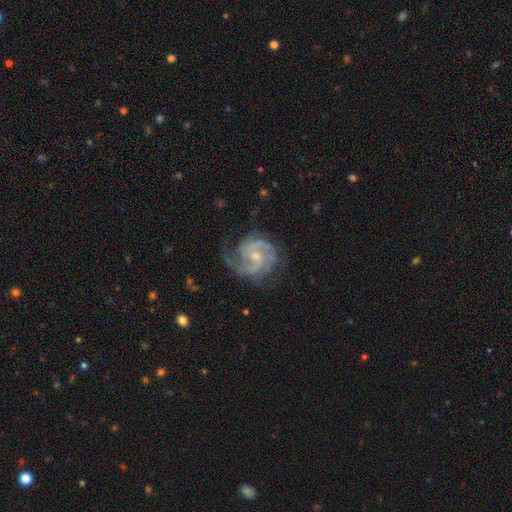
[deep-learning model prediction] Smooth or featured: featured or disk — 90% (smooth — 5%)
Edge-on disk: no — 98% (yes — 2%)
Bar: no — 54% (weak — 39%)
Spiral arms: yes — 98% (no — 2%)
Spiral winding: medium — 51% (tight — 37%)
Spiral arm count: 2 — 71% (3 — 14%)
Bulge size: small — 60% (moderate — 34%)
Merging: none — 69% (minor disturbance — 20%)